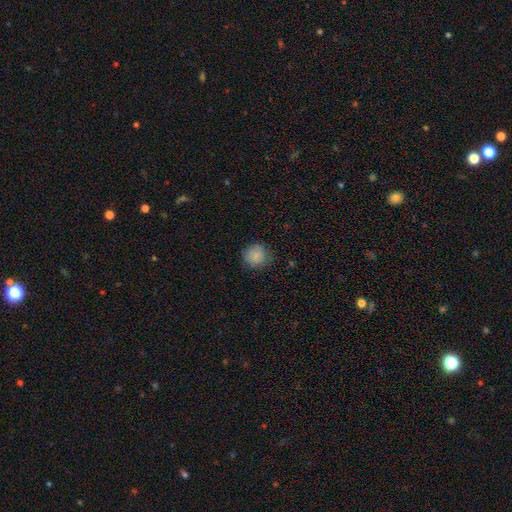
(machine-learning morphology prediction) Smooth or featured: smooth — 86% (star or artifact — 9%)
How rounded: round — 89% (in between — 10%)
Merging: none — 80% (minor disturbance — 15%)